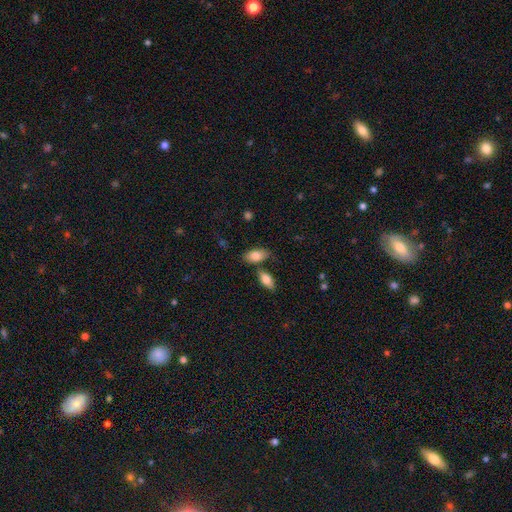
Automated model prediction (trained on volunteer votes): smooth 82%, featured or disk 12%, star or artifact 7%. Down the decision tree: how rounded — in between (92%); merging — none (67%).